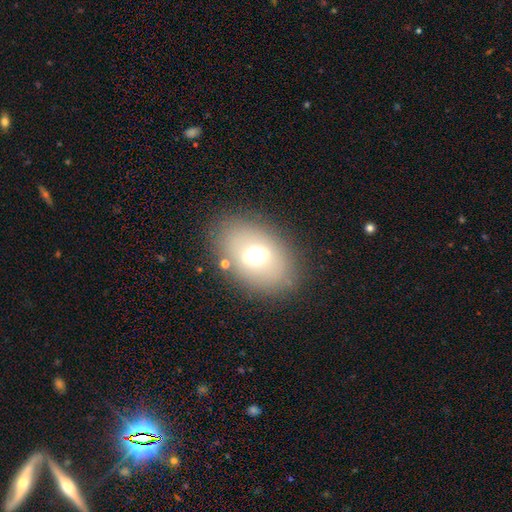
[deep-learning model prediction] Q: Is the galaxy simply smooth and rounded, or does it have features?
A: smooth — 58%.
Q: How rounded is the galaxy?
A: in between — 76%.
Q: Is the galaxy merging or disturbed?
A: none — 80%.